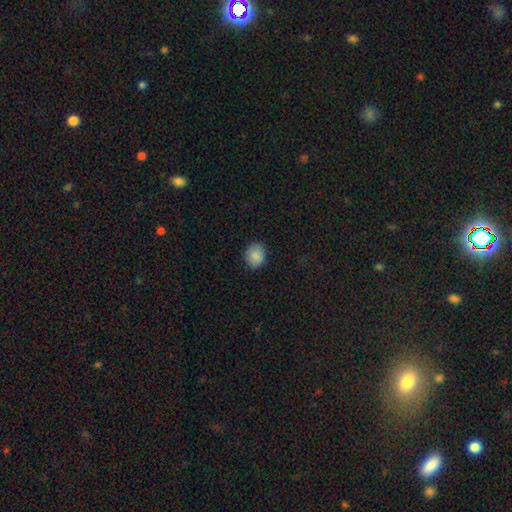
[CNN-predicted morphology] Overall: smooth (88%). How rounded: round (63%; in between 36%). Merging: none (87%).